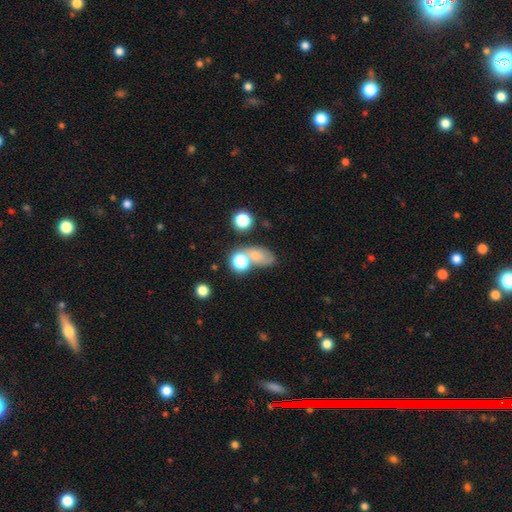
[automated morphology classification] A smooth galaxy with no disk features (66%) that is in between round and cigar-shaped (66%). Merging: none (42%).